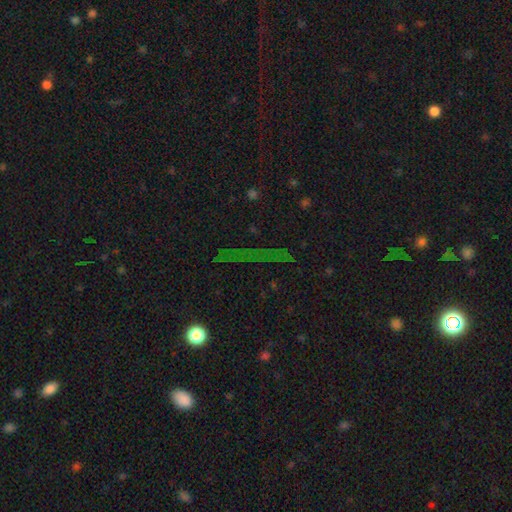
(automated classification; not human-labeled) Smooth or featured: star or artifact — 70% (smooth — 16%)